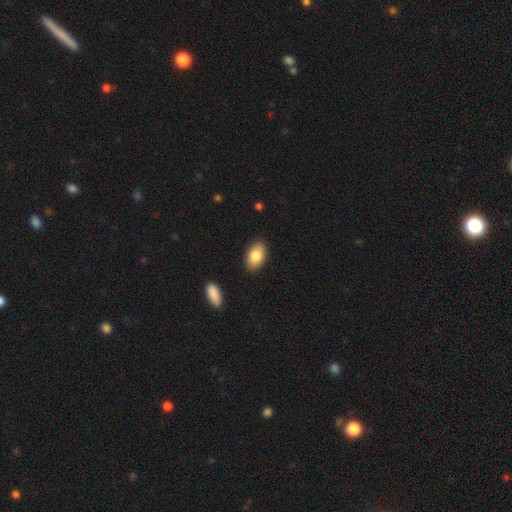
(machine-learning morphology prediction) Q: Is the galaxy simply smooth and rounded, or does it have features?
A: smooth — 85%.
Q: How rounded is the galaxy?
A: in between — 92%.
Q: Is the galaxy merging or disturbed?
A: none — 87%.